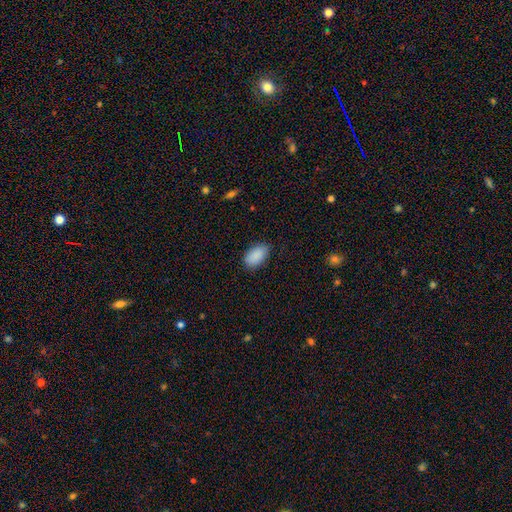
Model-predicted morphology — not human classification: Q: Smooth or featured?
A: smooth (89%); runner-up: star or artifact (7%)
Q: How rounded?
A: in between (94%); runner-up: round (4%)
Q: Merging?
A: none (82%); runner-up: minor disturbance (14%)